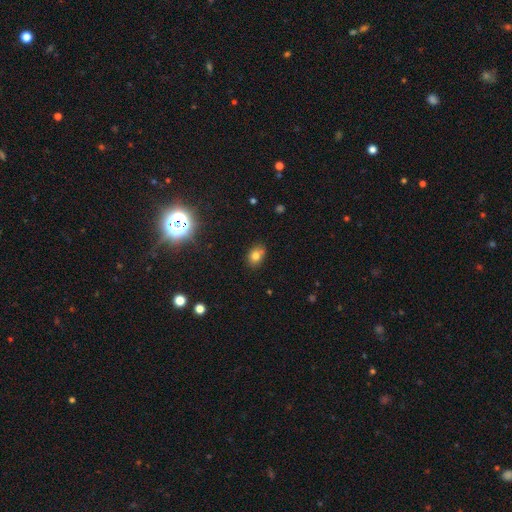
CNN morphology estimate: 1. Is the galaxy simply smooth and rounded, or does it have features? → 76% smooth, 15% star or artifact, 10% featured or disk.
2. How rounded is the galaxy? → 65% in between, 34% round, 1% cigar-shaped.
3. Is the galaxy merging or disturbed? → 68% none, 19% minor disturbance, 9% merger, 4% major disturbance.